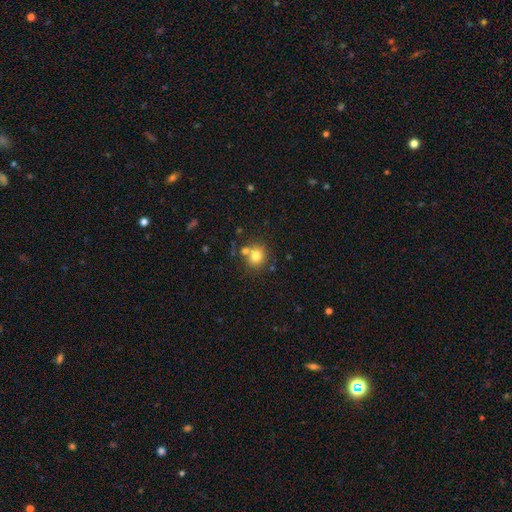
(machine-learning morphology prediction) Smooth or featured?
  - smooth: 77% *
  - star or artifact: 12%
  - featured or disk: 11%
How rounded?
  - round: 79% *
  - in between: 20%
  - cigar-shaped: 1%
Merging?
  - none: 65% *
  - merger: 20%
  - minor disturbance: 12%
  - major disturbance: 4%